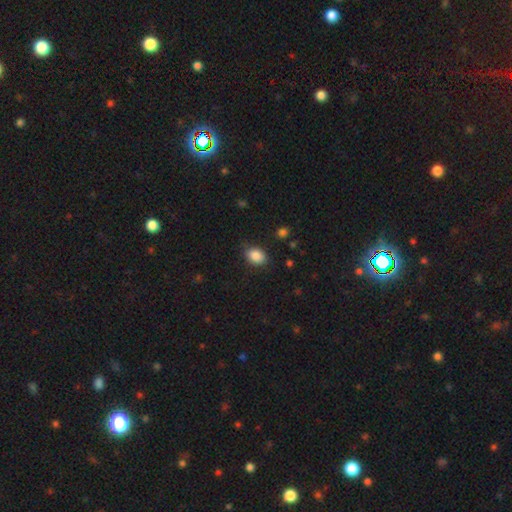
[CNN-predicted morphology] This appears to be a smooth galaxy with no disk features (87%) that is in between round and cigar-shaped (78%). Merging: none (80%).